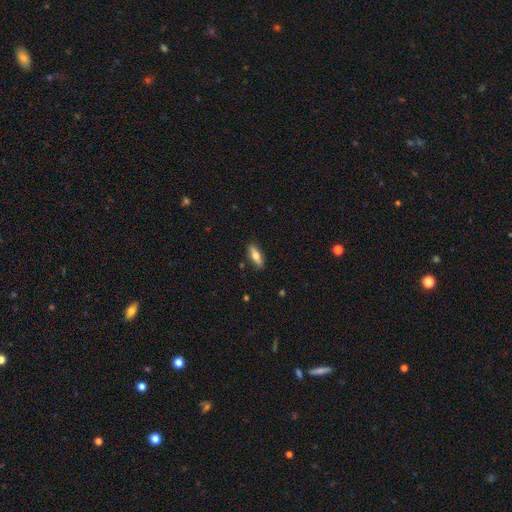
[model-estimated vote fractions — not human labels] This is likely a smooth galaxy (68%). How rounded: likely in between (62%). Merging: clearly none (87%).